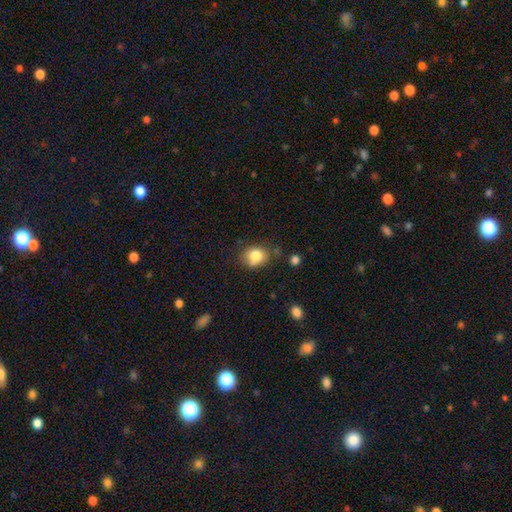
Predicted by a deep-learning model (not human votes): Morphology: type=smooth (81%); roundness=round (53%); merging=none (64%).